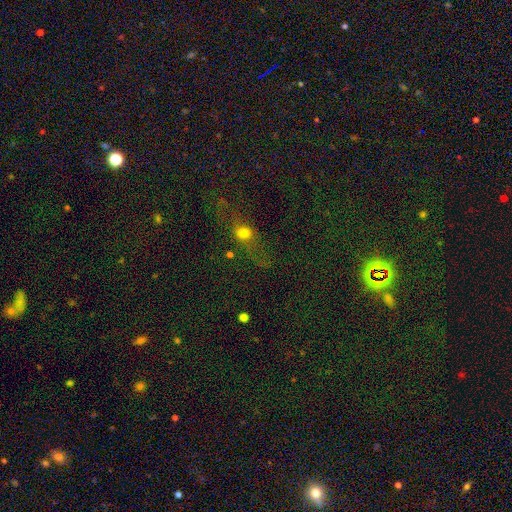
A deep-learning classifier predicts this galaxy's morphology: smooth-or-featured: star or artifact: 51% | smooth: 28% | featured or disk: 20%